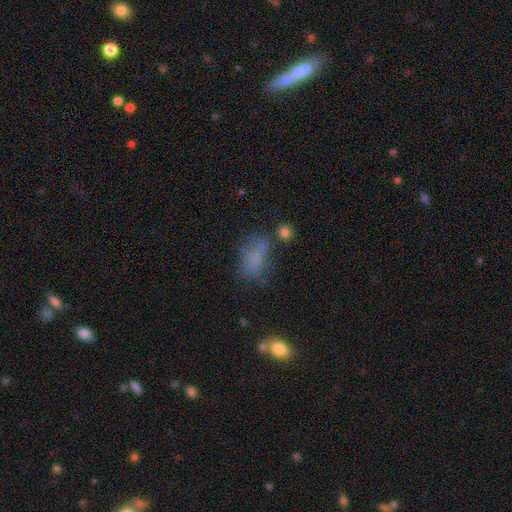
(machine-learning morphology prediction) A smooth galaxy with no disk features (59%) that is in between round and cigar-shaped (80%). Merging: none (38%).